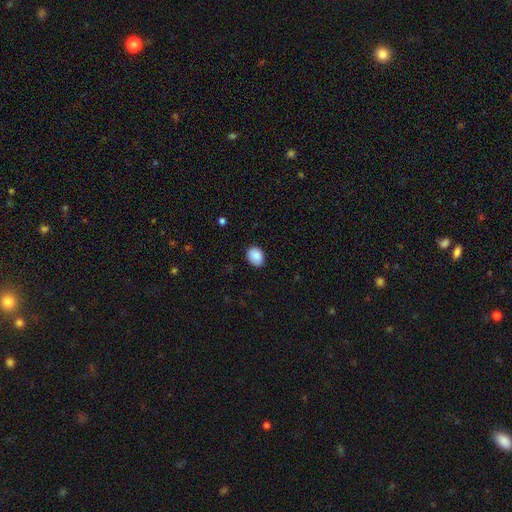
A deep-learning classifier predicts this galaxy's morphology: A smooth galaxy with no disk features (89%) that is in between round and cigar-shaped (65%).

Vote fractions:
- Smooth or featured? smooth: 89% / star or artifact: 8% / featured or disk: 3%
- How rounded? in between: 65% / round: 34% / cigar-shaped: 1%
- Merging? none: 86% / minor disturbance: 11% / major disturbance: 2% / merger: 1%